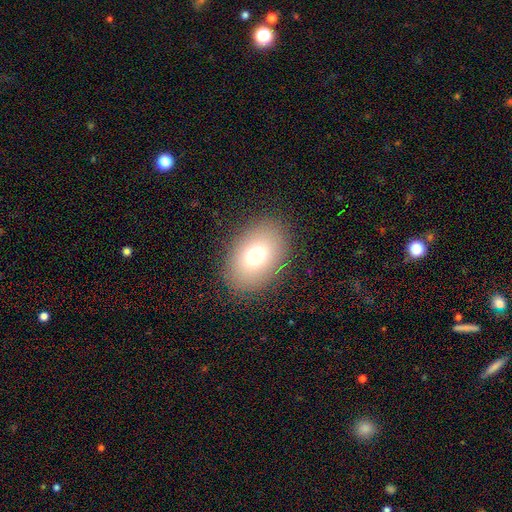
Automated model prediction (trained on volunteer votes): Q: Smooth or featured?
A: smooth (72%); runner-up: featured or disk (14%)
Q: How rounded?
A: in between (74%); runner-up: round (25%)
Q: Merging?
A: none (86%); runner-up: minor disturbance (8%)